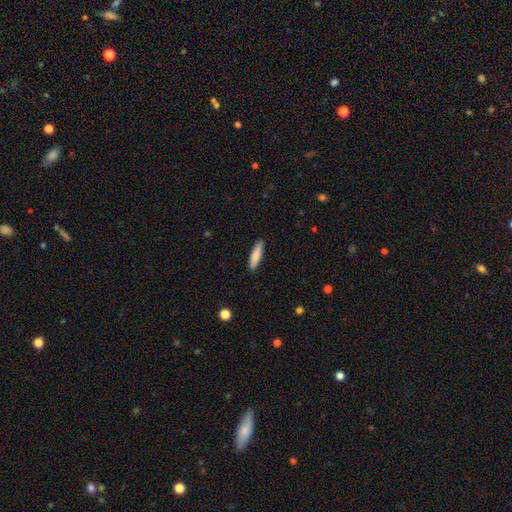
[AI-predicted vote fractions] smooth-or-featured: smooth: 82% | featured or disk: 12% | star or artifact: 6%
  how-rounded: cigar-shaped: 75% | in between: 23% | round: 1%
  merging: none: 88% | minor disturbance: 9% | major disturbance: 2% | merger: 1%